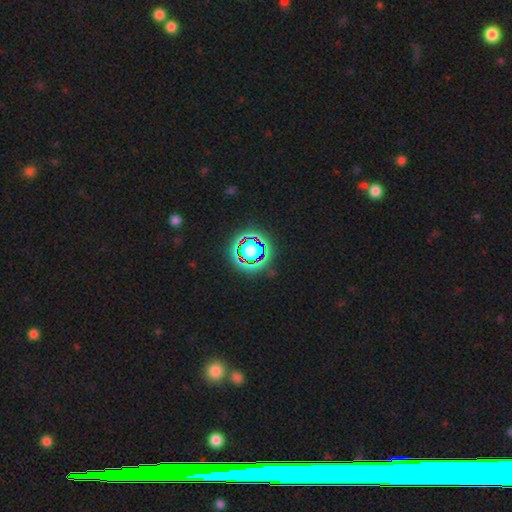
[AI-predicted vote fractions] smooth-or-featured: star or artifact: 77% | smooth: 14% | featured or disk: 9%